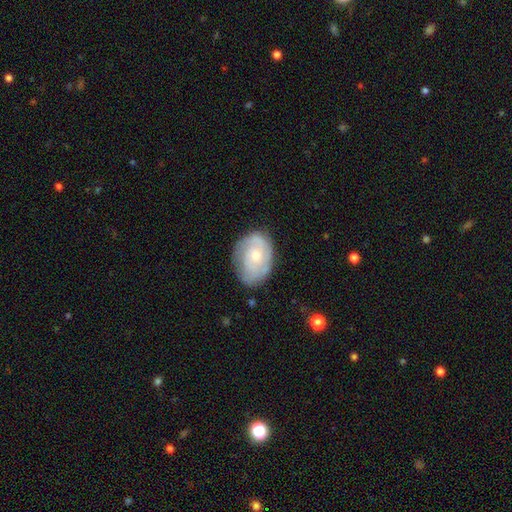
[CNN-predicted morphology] This appears to be a featured or disk galaxy (59%) with no bar (78%), spiral arms (78%) and a moderate central bulge (51%). Merging: none (70%).